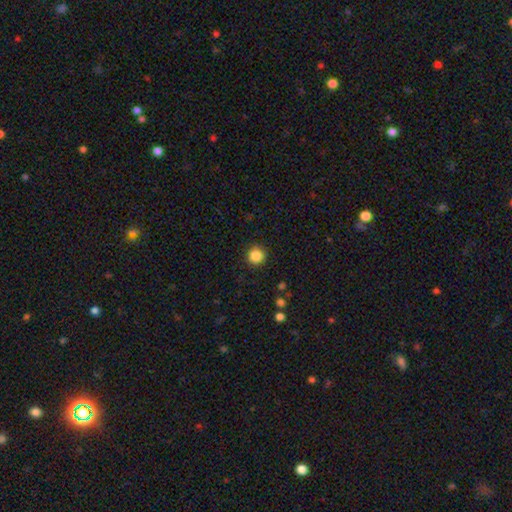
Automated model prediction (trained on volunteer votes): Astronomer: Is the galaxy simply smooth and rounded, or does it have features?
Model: smooth — 86%.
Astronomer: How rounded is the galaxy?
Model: round — 95%.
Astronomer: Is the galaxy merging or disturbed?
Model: none — 91%.